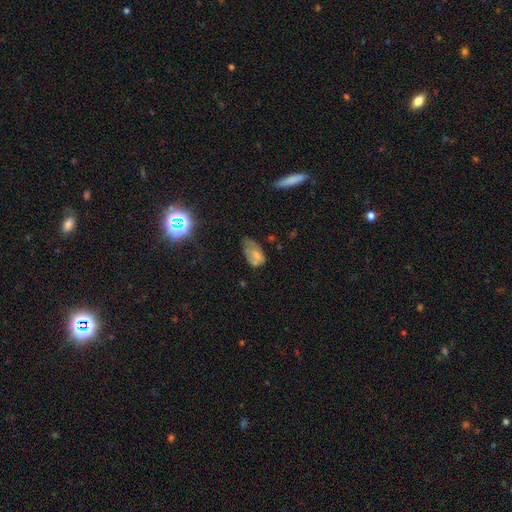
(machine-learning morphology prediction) Smooth or featured: smooth — 62% (featured or disk — 25%)
How rounded: in between — 90% (round — 7%)
Merging: minor disturbance — 38% (none — 29%)